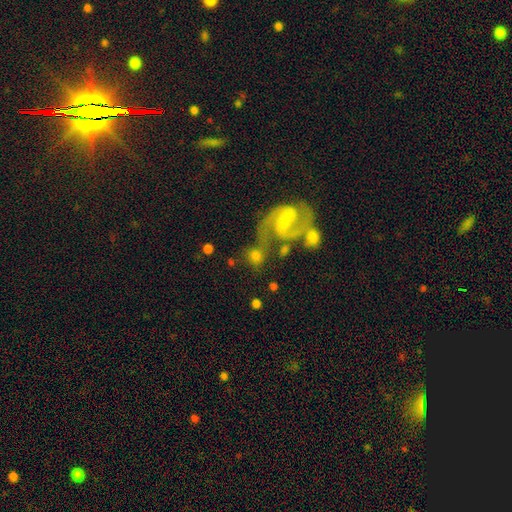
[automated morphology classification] type=smooth (50%); merging=none (50%).